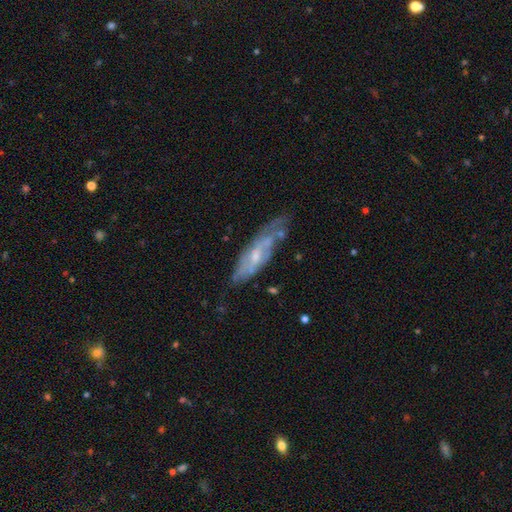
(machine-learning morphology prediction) Smooth or featured? Predicted: featured or disk (p=0.66). Edge-on disk? Predicted: no (p=0.69). Merging? Predicted: none (p=0.52).